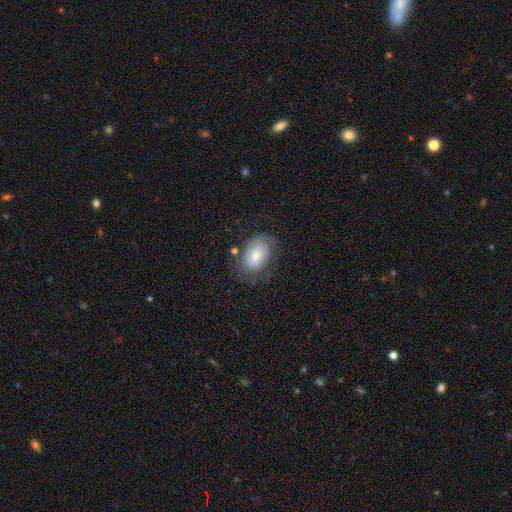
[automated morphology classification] type=smooth (71%); roundness=in between (82%); merging=none (63%).